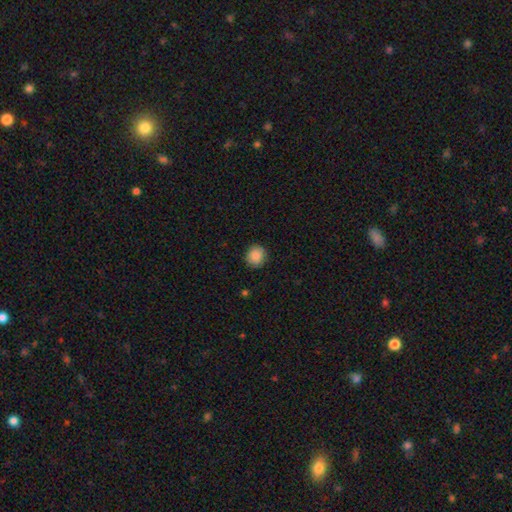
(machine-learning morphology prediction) Smooth or featured? smooth (88%)
How rounded? round (87%)
Merging? none (89%)